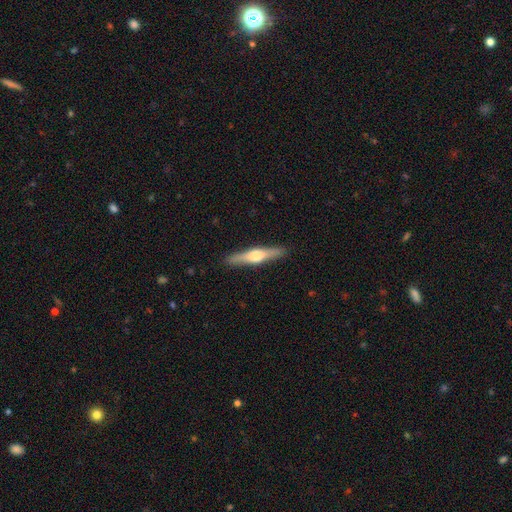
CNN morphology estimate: Smooth or featured: featured or disk — 63% (smooth — 32%)
Edge-on disk: yes — 97% (no — 3%)
Edge-on bulge: rounded — 90% (boxy — 7%)
Merging: none — 91% (minor disturbance — 7%)